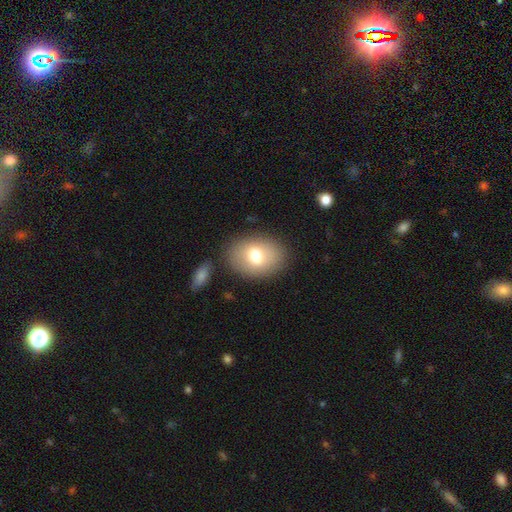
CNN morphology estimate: Smooth or featured? Predicted: smooth (p=0.73). How rounded? Predicted: in between (p=0.69). Merging? Predicted: none (p=0.81).